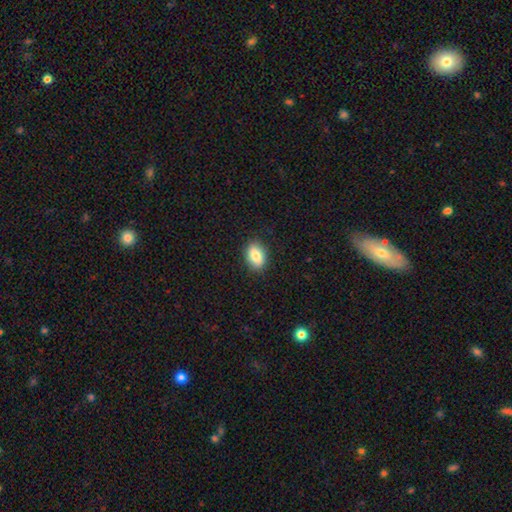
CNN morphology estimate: A smooth galaxy with no disk features (83%) that is in between round and cigar-shaped (86%).

Vote fractions:
- Smooth or featured? smooth: 83% / featured or disk: 9% / star or artifact: 8%
- How rounded? in between: 86% / round: 12% / cigar-shaped: 2%
- Merging? none: 87% / minor disturbance: 10% / major disturbance: 2% / merger: 1%